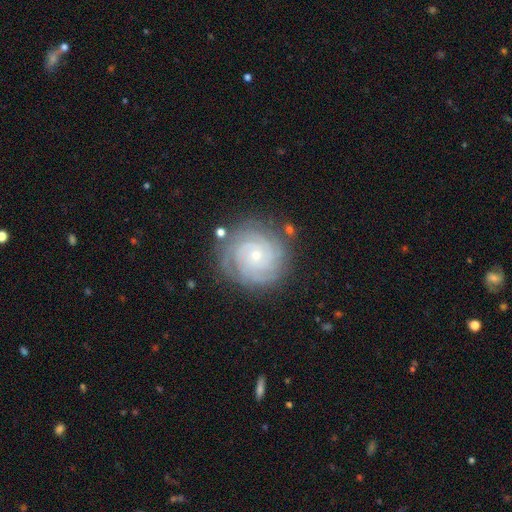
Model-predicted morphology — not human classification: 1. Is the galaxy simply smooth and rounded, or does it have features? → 85% featured or disk, 8% smooth, 7% star or artifact.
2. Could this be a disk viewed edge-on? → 98% no, 2% yes.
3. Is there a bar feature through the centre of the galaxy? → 82% no, 14% weak, 4% strong.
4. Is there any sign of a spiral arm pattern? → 97% yes, 3% no.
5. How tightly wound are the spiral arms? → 84% tight, 13% medium, 2% loose.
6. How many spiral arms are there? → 27% 4, 23% 3, 21% can't tell, 11% 2, 11% more than 4, 6% 1.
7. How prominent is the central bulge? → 77% small, 20% moderate, 1% large, 1% none, 1% dominant.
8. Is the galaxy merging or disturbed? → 81% none, 13% minor disturbance, 4% major disturbance, 2% merger.